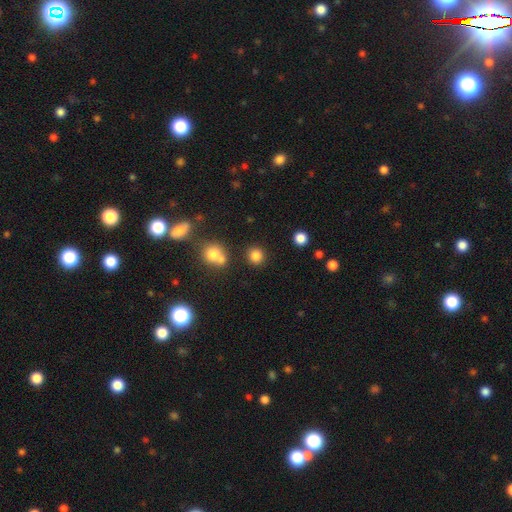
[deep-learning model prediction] Smooth or featured? Predicted: smooth (p=0.83). How rounded? Predicted: round (p=0.90). Merging? Predicted: none (p=0.84).